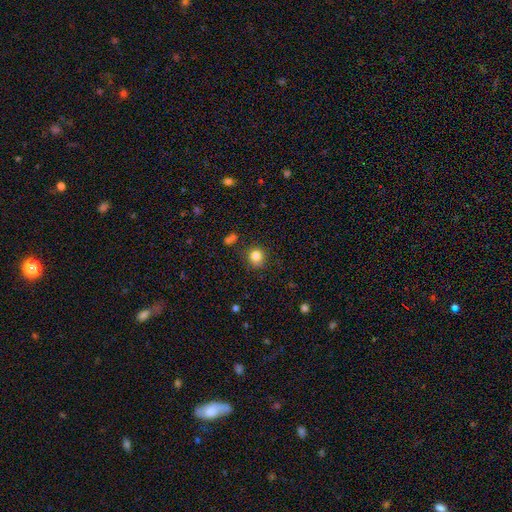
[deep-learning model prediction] Smooth or featured?
  - smooth: 83% *
  - star or artifact: 11%
  - featured or disk: 6%
How rounded?
  - round: 86% *
  - in between: 13%
  - cigar-shaped: 1%
Merging?
  - none: 84% *
  - minor disturbance: 10%
  - major disturbance: 3%
  - merger: 2%